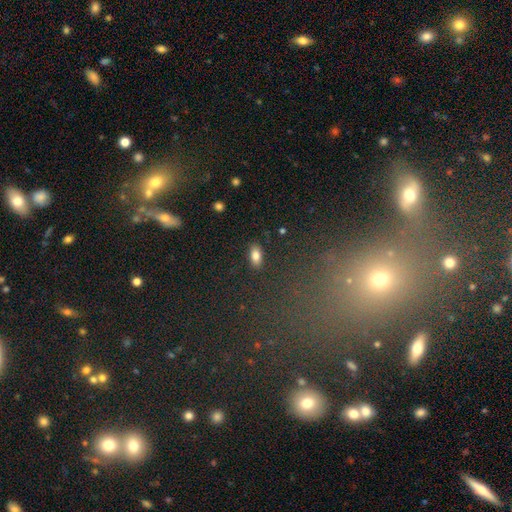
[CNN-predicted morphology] Smooth or featured? Predicted: smooth (p=0.82). How rounded? Predicted: in between (p=0.90). Merging? Predicted: none (p=0.87).